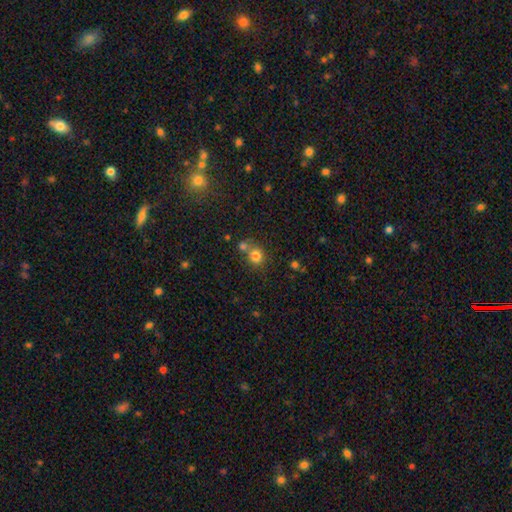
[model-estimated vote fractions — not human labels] smooth-or-featured: smooth: 79% | star or artifact: 13% | featured or disk: 8%
  how-rounded: round: 76% | in between: 23% | cigar-shaped: 1%
  merging: none: 53% | merger: 33% | minor disturbance: 10% | major disturbance: 4%